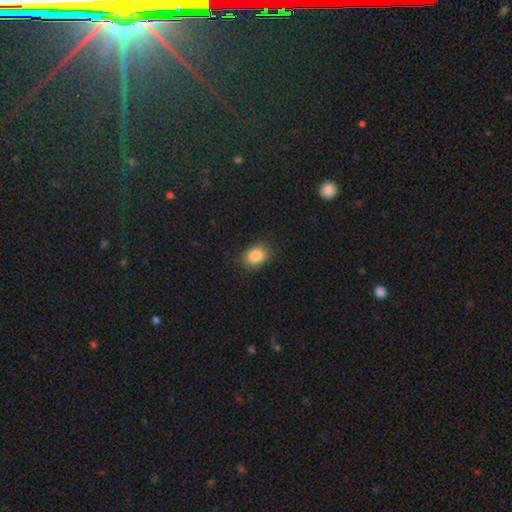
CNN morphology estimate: A smooth galaxy with no disk features (85%) that is in between round and cigar-shaped (64%).

Vote fractions:
- Smooth or featured? smooth: 85% / star or artifact: 9% / featured or disk: 5%
- How rounded? in between: 64% / round: 35% / cigar-shaped: 1%
- Merging? none: 85% / minor disturbance: 11% / major disturbance: 3% / merger: 1%